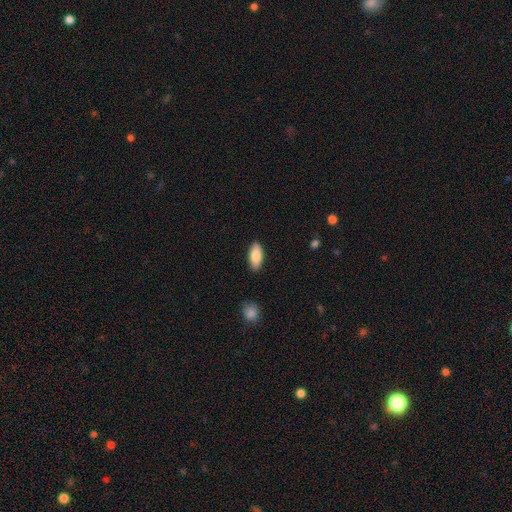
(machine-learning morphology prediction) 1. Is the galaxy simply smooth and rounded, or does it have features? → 86% smooth, 8% featured or disk, 6% star or artifact.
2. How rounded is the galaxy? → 88% in between, 10% cigar-shaped, 2% round.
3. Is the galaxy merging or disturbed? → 88% none, 9% minor disturbance, 2% major disturbance, 1% merger.